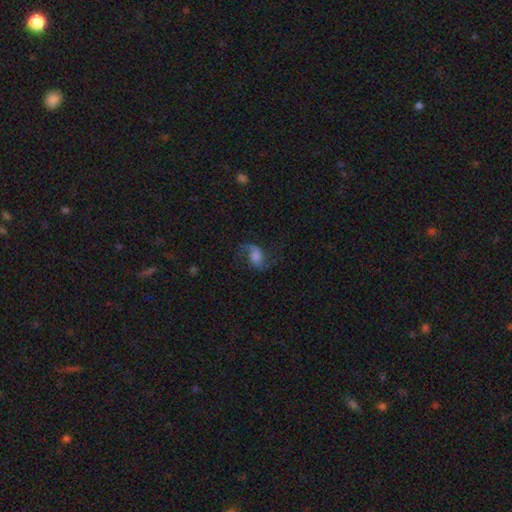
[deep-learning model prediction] Smooth or featured: featured or disk — 63% (smooth — 27%)
Edge-on disk: no — 96% (yes — 4%)
Bar: no — 50% (weak — 38%)
Spiral arms: yes — 92% (no — 8%)
Spiral winding: loose — 74% (medium — 22%)
Spiral arm count: 2 — 85% (1 — 9%)
Bulge size: large — 29% (moderate — 28%)
Merging: none — 63% (minor disturbance — 18%)